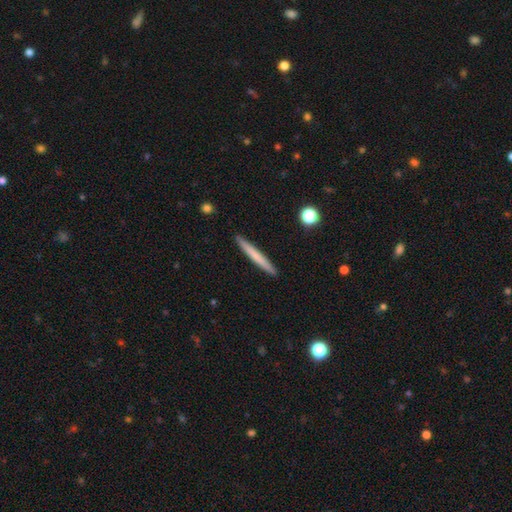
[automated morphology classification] Smooth or featured? Predicted: smooth (p=0.65). How rounded? Predicted: cigar-shaped (p=0.97). Merging? Predicted: none (p=0.92).